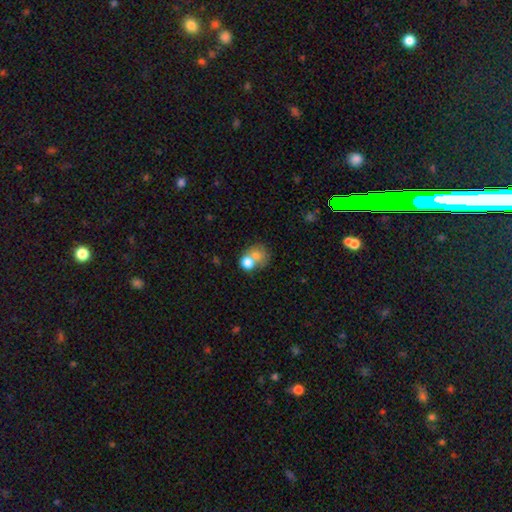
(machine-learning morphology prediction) A smooth galaxy with no disk features (70%) that is round (68%).

Vote fractions:
- Smooth or featured? smooth: 70% / featured or disk: 19% / star or artifact: 11%
- How rounded? round: 68% / in between: 31% / cigar-shaped: 1%
- Merging? merger: 55% / none: 30% / minor disturbance: 9% / major disturbance: 6%